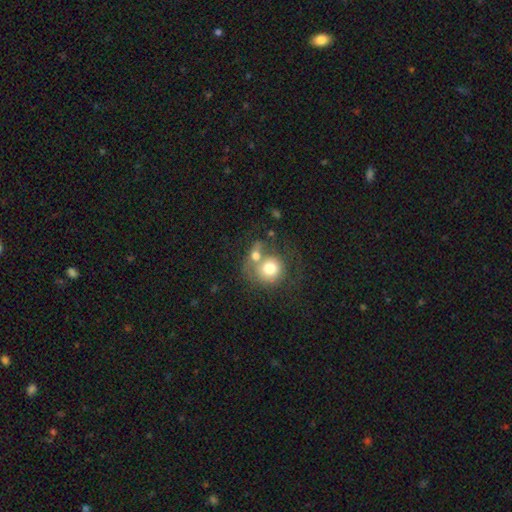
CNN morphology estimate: Smooth or featured: smooth — 64% (featured or disk — 27%)
How rounded: round — 74% (in between — 25%)
Merging: merger — 55% (none — 23%)